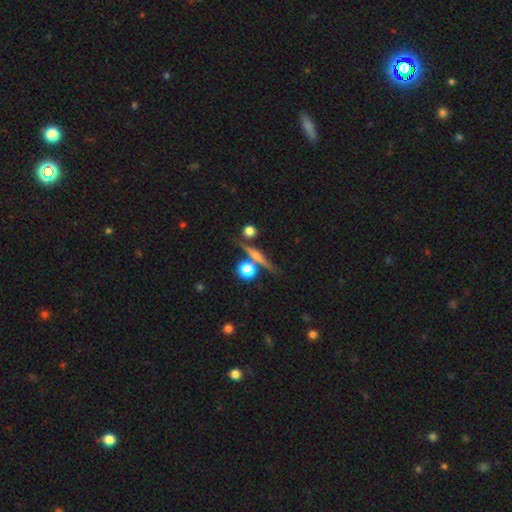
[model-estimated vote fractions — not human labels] Smooth or featured? featured or disk (54%)
Edge-on disk? yes (93%)
Merging? none (77%)